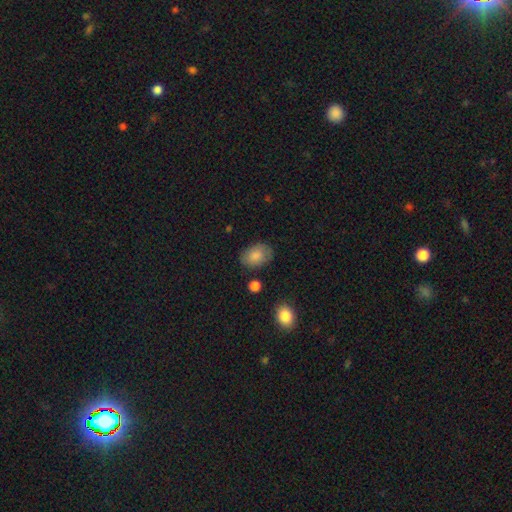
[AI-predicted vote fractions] Smooth or featured: smooth — 82% (featured or disk — 10%)
How rounded: in between — 80% (round — 19%)
Merging: none — 77% (minor disturbance — 16%)